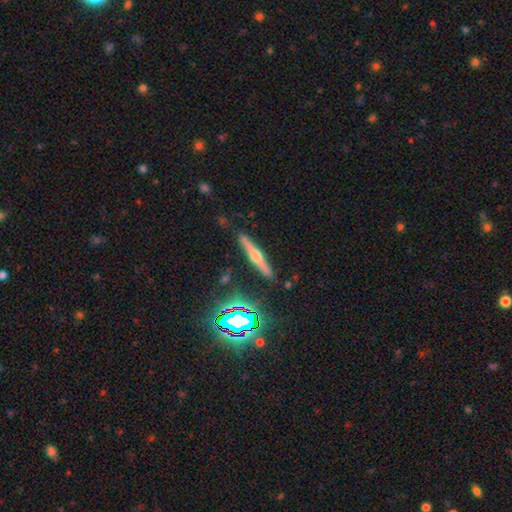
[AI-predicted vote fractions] Smooth or featured?
  - featured or disk: 68% *
  - smooth: 20%
  - star or artifact: 12%
Edge-on disk?
  - yes: 97% *
  - no: 3%
Edge-on bulge?
  - rounded: 92% *
  - boxy: 5%
  - none: 3%
Merging?
  - none: 88% *
  - minor disturbance: 8%
  - merger: 2%
  - major disturbance: 2%